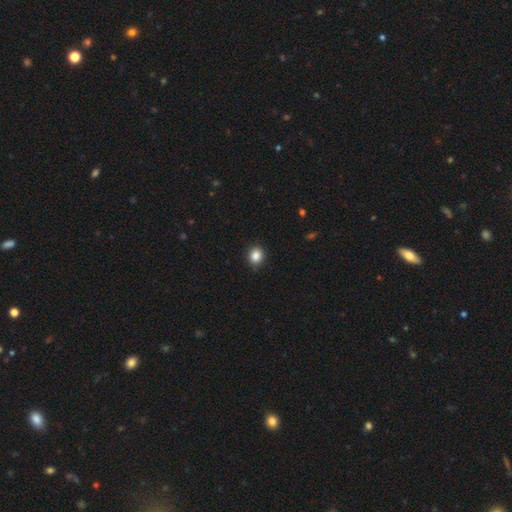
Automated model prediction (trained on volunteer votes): Smooth or featured? smooth (86%)
How rounded? round (76%)
Merging? none (89%)